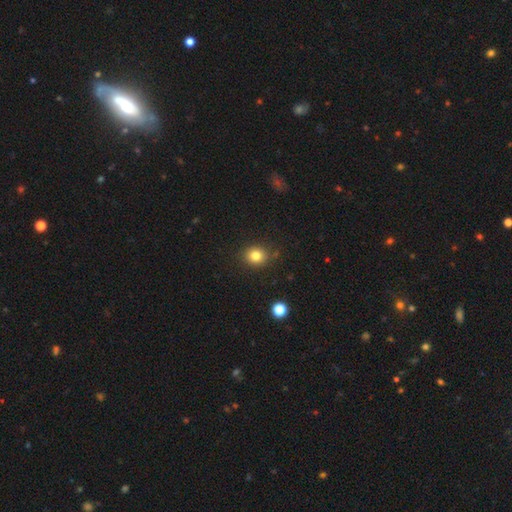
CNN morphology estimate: Overall: smooth (82%). How rounded: round (78%). Merging: none (85%).